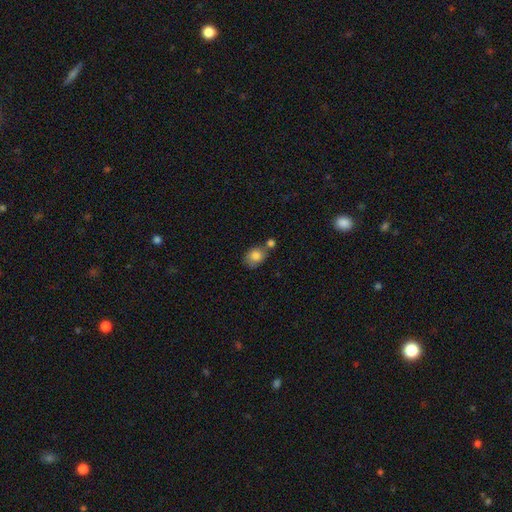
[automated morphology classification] smooth_or_featured: smooth (p=0.82) [alt: featured or disk p=0.09]
how_rounded: in between (p=0.54) [alt: round p=0.44]
merging: none (p=0.51) [alt: merger p=0.27]